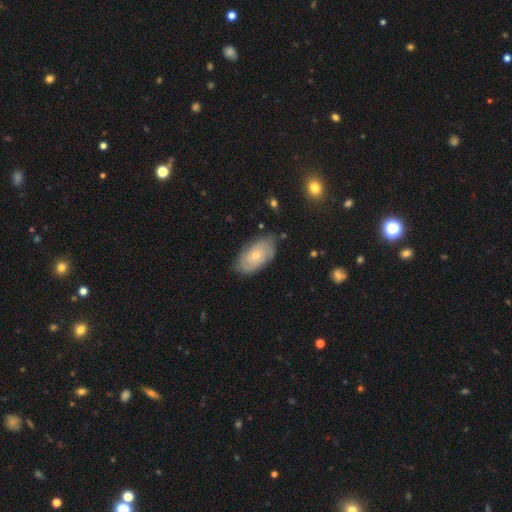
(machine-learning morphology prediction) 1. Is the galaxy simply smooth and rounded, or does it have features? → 58% featured or disk, 35% smooth, 7% star or artifact.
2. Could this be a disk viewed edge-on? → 94% no, 6% yes.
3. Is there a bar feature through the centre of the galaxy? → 80% no, 18% weak, 3% strong.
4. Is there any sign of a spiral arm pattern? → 82% yes, 18% no.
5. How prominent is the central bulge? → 61% small, 34% moderate, 2% none, 2% large, 1% dominant.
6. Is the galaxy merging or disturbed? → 74% none, 20% minor disturbance, 4% major disturbance, 2% merger.